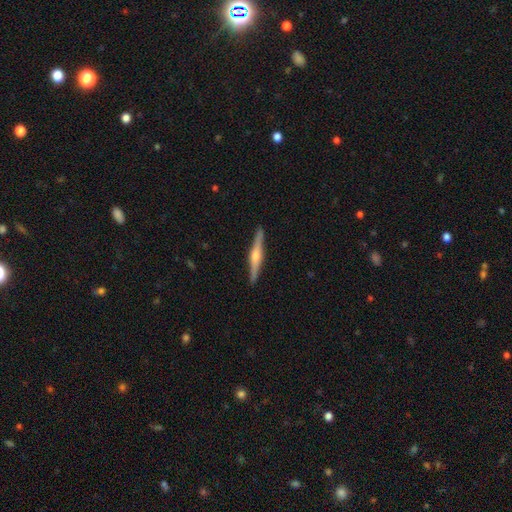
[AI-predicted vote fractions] Q: Smooth or featured?
A: featured or disk (75%); runner-up: smooth (20%)
Q: Edge-on disk?
A: yes (98%); runner-up: no (2%)
Q: Edge-on bulge?
A: rounded (89%); runner-up: boxy (7%)
Q: Merging?
A: none (92%); runner-up: minor disturbance (6%)